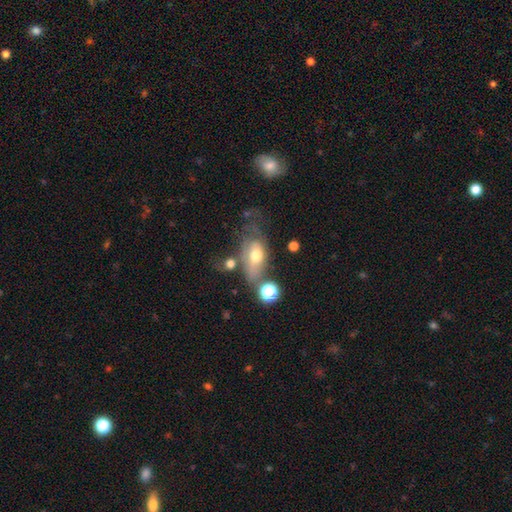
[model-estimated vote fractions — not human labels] Smooth or featured? smooth (54%)
How rounded? in between (83%)
Merging? major disturbance (33%)